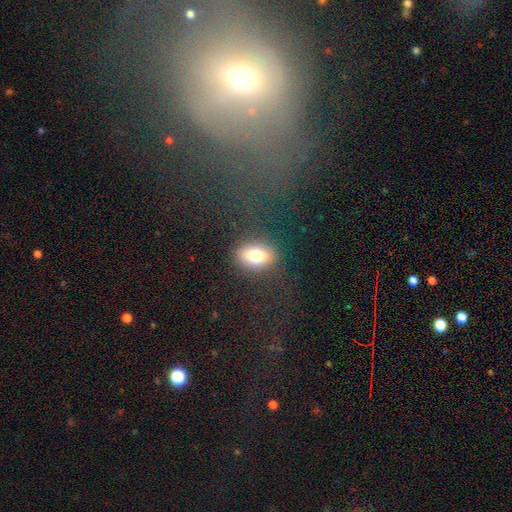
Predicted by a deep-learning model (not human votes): Overall: smooth (75%). How rounded: in between (73%). Merging: none (84%).